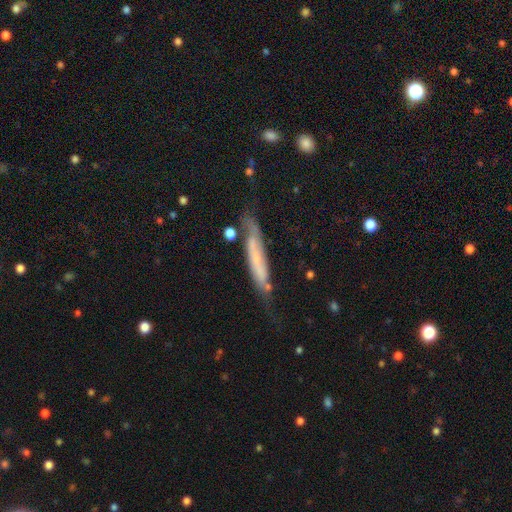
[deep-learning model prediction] smooth-or-featured: featured or disk: 53% | smooth: 39% | star or artifact: 7%
  disk-edge-on: yes: 60% | no: 40%
  merging: none: 55% | minor disturbance: 27% | major disturbance: 12% | merger: 6%